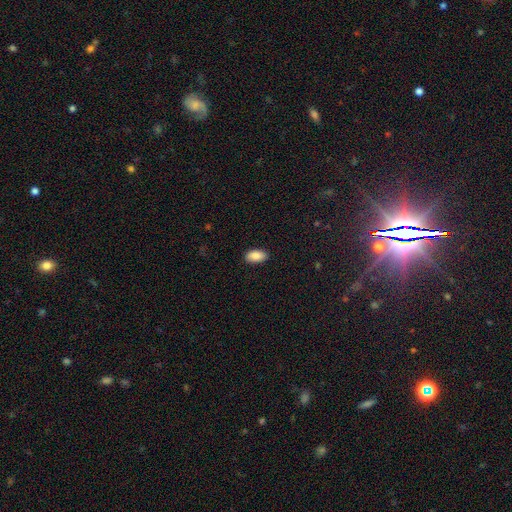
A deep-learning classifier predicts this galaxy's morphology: Smooth or featured?
  - smooth: 88% *
  - star or artifact: 7%
  - featured or disk: 5%
How rounded?
  - in between: 94% *
  - round: 3%
  - cigar-shaped: 3%
Merging?
  - none: 89% *
  - minor disturbance: 9%
  - major disturbance: 2%
  - merger: 1%